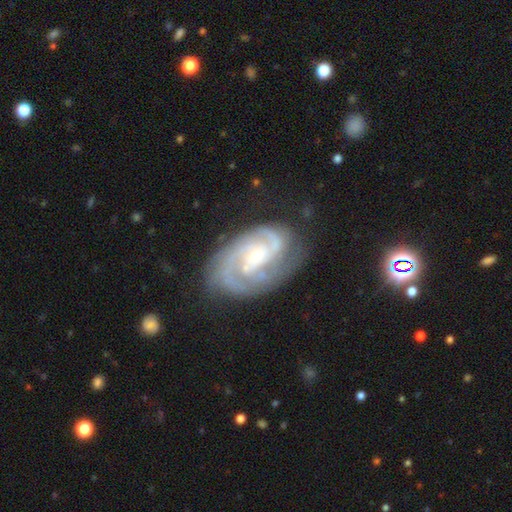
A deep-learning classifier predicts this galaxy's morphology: Smooth or featured? featured or disk (90%)
Edge-on disk? no (97%)
Bar? no (55%)
Spiral arms? yes (98%)
Spiral winding? tight (56%)
Spiral arm count? 2 (48%)
Bulge size? small (65%)
Merging? none (69%)